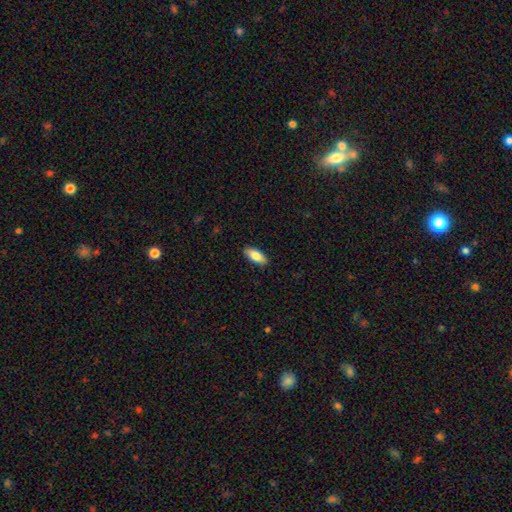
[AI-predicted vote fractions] Smooth or featured?
  - smooth: 83% *
  - featured or disk: 11%
  - star or artifact: 6%
How rounded?
  - in between: 85% *
  - cigar-shaped: 13%
  - round: 2%
Merging?
  - none: 90% *
  - minor disturbance: 8%
  - major disturbance: 2%
  - merger: 1%